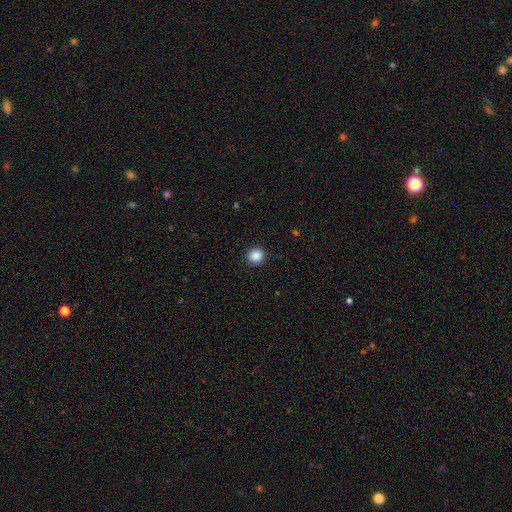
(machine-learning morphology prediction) A smooth galaxy with no disk features (88%) that is round (90%). Merging: none (91%).